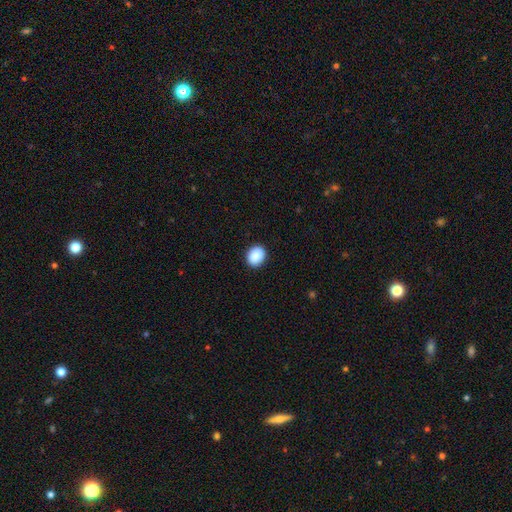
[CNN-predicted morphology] smooth_or_featured: smooth (p=0.90) [alt: star or artifact p=0.07]
how_rounded: round (p=0.55) [alt: in between p=0.44]
merging: none (p=0.90) [alt: minor disturbance p=0.07]